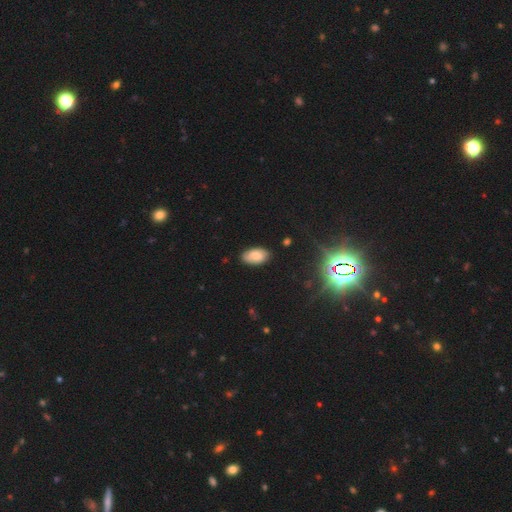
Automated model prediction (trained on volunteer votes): Overall: smooth (80%). How rounded: in between (95%). Merging: none (84%).